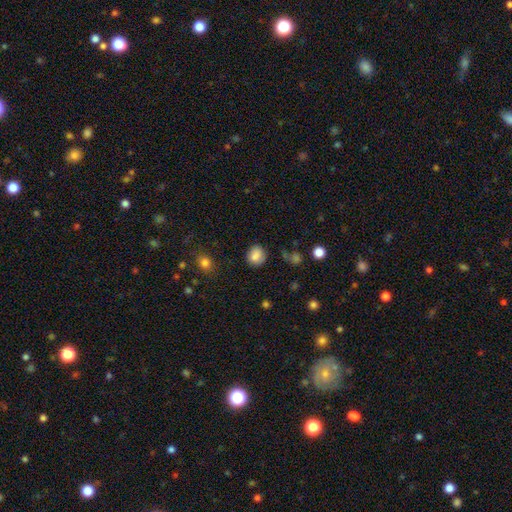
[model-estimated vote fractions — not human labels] Smooth or featured? smooth (84%)
How rounded? round (76%)
Merging? none (78%)